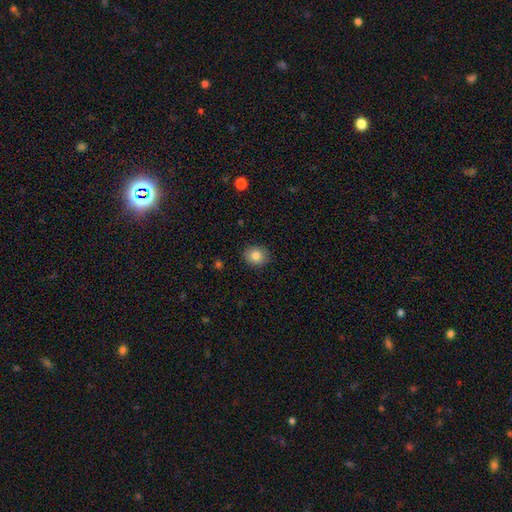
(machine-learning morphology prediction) smooth-or-featured: smooth: 84% | star or artifact: 9% | featured or disk: 7%
  how-rounded: round: 66% | in between: 34% | cigar-shaped: 1%
  merging: none: 89% | minor disturbance: 8% | major disturbance: 2% | merger: 1%